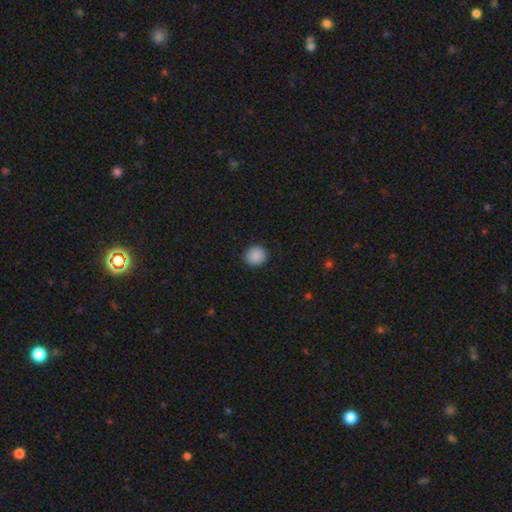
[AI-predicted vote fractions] Smooth or featured: smooth — 89% (star or artifact — 9%)
How rounded: round — 88% (in between — 11%)
Merging: none — 91% (minor disturbance — 6%)